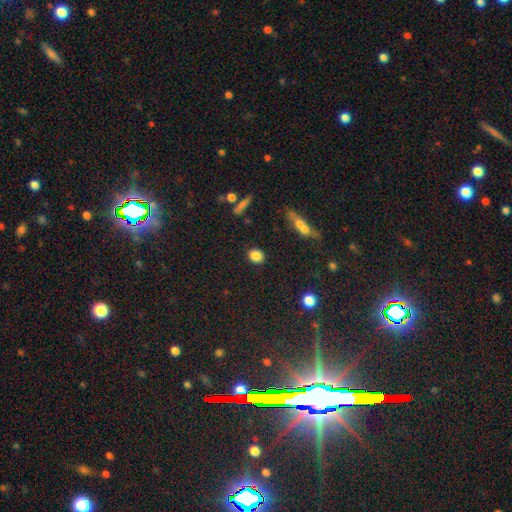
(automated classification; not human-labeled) smooth 84%, star or artifact 10%, featured or disk 6%. Down the decision tree: how rounded — round (68%); merging — none (88%).